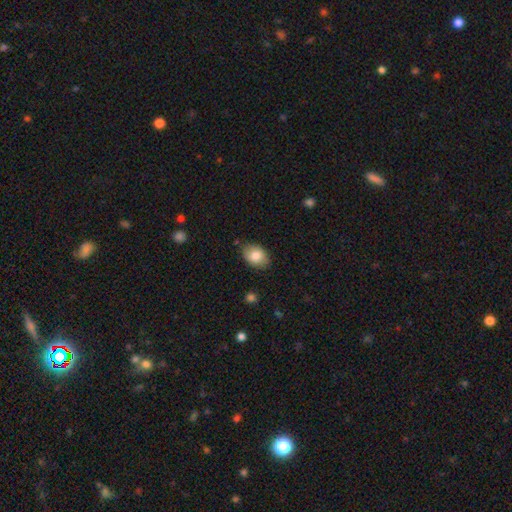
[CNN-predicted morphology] The model was most divided on "how rounded": in between: 78%, round: 21%, cigar-shaped: 1%. More confident: smooth or featured — smooth (83%); merging — none (82%).